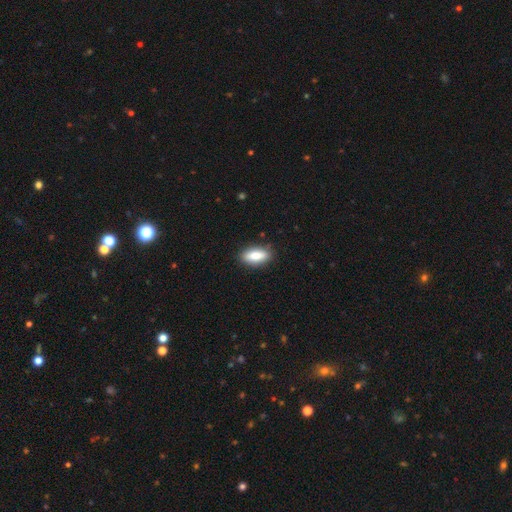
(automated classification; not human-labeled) smooth_or_featured: smooth (p=0.82) [alt: featured or disk p=0.11]
how_rounded: in between (p=0.83) [alt: cigar-shaped p=0.14]
merging: none (p=0.87) [alt: minor disturbance p=0.10]